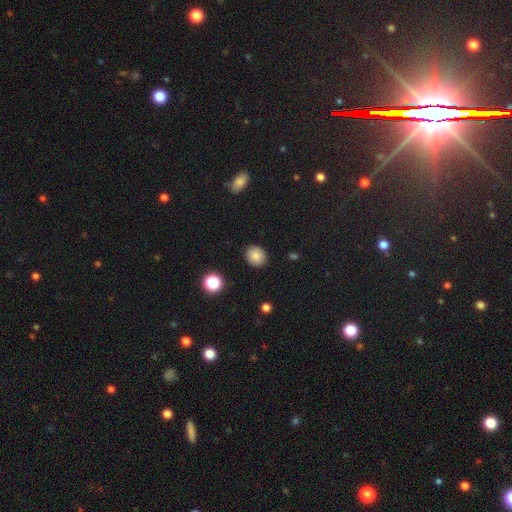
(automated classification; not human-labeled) This is clearly a smooth galaxy (84%). How rounded: likely round (74%). Merging: clearly none (89%).